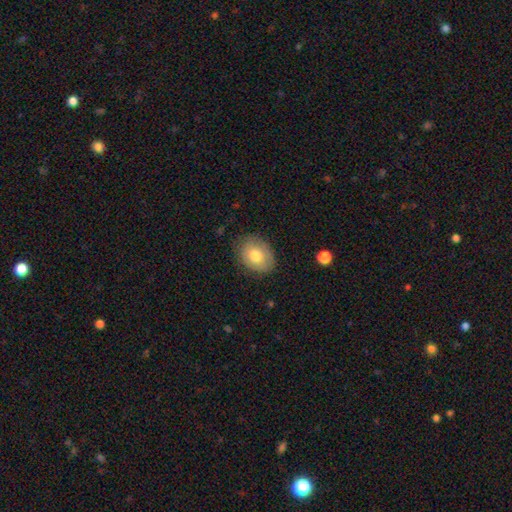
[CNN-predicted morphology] Smooth or featured: smooth — 71% (featured or disk — 22%)
How rounded: in between — 66% (round — 34%)
Merging: none — 79% (minor disturbance — 16%)